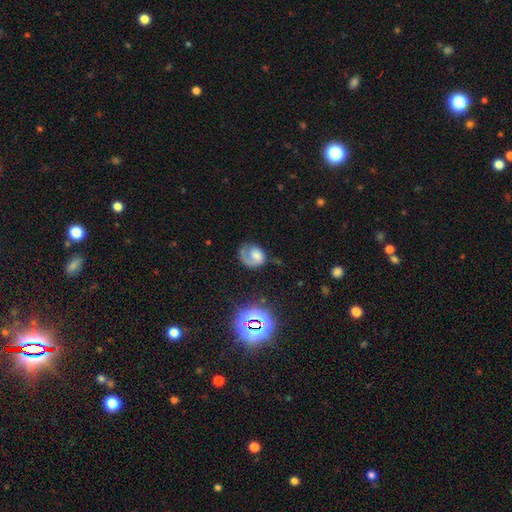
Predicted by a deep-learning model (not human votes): A featured or disk galaxy (54%) with no bar (74%), spiral arms (81%) and a moderate central bulge (29%).

Vote fractions:
- Smooth or featured? featured or disk: 54% / smooth: 32% / star or artifact: 14%
- Edge-on disk? no: 97% / yes: 3%
- Bar? no: 74% / weak: 21% / strong: 5%
- Spiral arms? yes: 81% / no: 19%
- Bulge size? moderate: 29% / none: 23% / large: 21% / small: 21% / dominant: 5%
- Merging? none: 47% / major disturbance: 28% / minor disturbance: 22% / merger: 3%